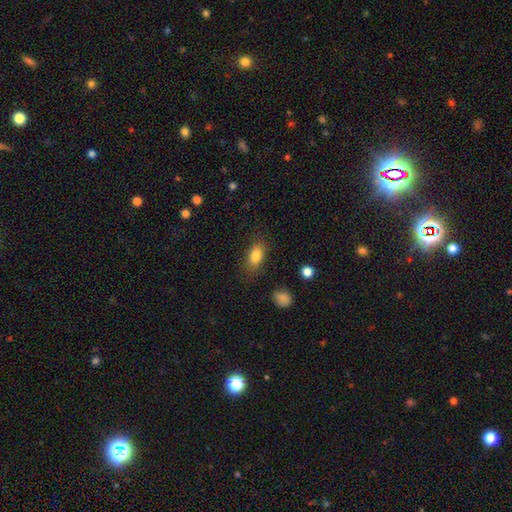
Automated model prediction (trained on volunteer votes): Morphology: type=smooth (83%); roundness=in between (86%); merging=none (79%).